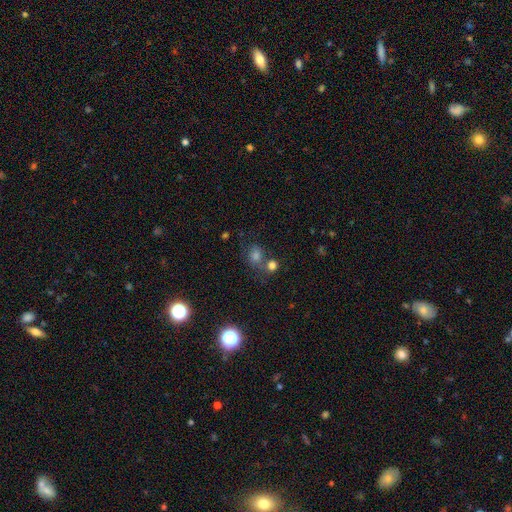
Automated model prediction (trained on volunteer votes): A smooth galaxy with no disk features (57%) that is round (63%).

Vote fractions:
- Smooth or featured? smooth: 57% / star or artifact: 31% / featured or disk: 12%
- How rounded? round: 63% / in between: 35% / cigar-shaped: 1%
- Merging? none: 58% / merger: 23% / minor disturbance: 12% / major disturbance: 6%